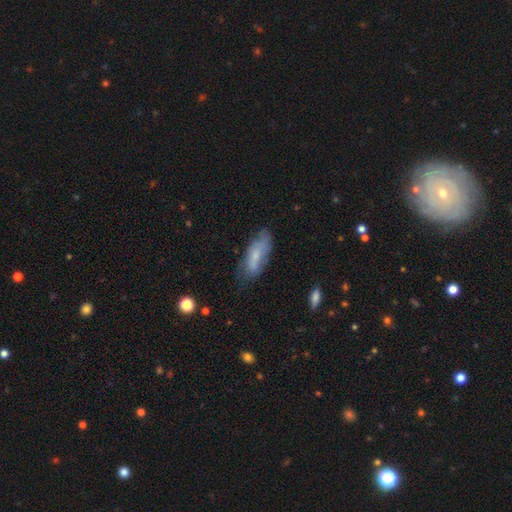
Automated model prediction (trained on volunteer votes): Smooth or featured: smooth — 57% (featured or disk — 35%)
How rounded: in between — 73% (cigar-shaped — 25%)
Merging: none — 55% (minor disturbance — 30%)